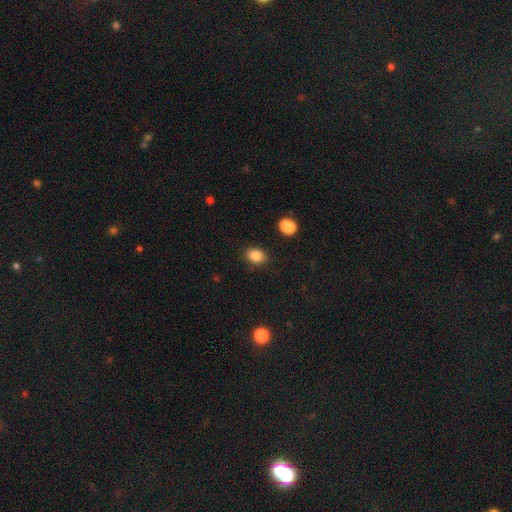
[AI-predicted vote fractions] smooth-or-featured: smooth: 84% | star or artifact: 10% | featured or disk: 5%
  how-rounded: in between: 60% | round: 39% | cigar-shaped: 1%
  merging: none: 86% | minor disturbance: 9% | major disturbance: 2% | merger: 2%